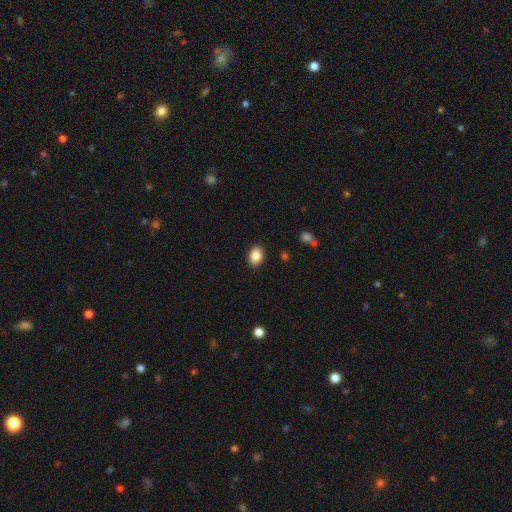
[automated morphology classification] Smooth or featured? Predicted: smooth (p=0.88). How rounded? Predicted: in between (p=0.76). Merging? Predicted: none (p=0.88).